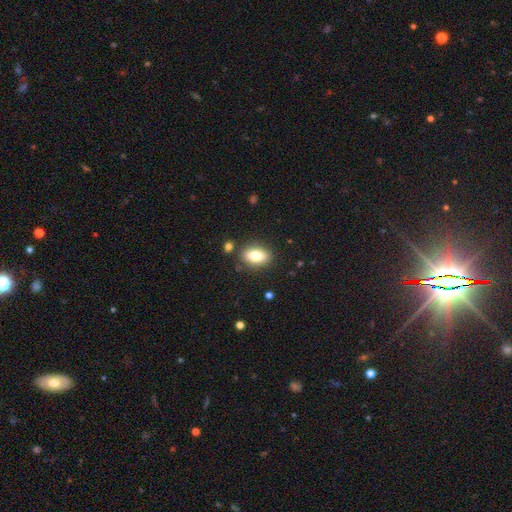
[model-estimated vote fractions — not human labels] A smooth galaxy with no disk features (77%) that is in between round and cigar-shaped (85%). Merging: none (84%).